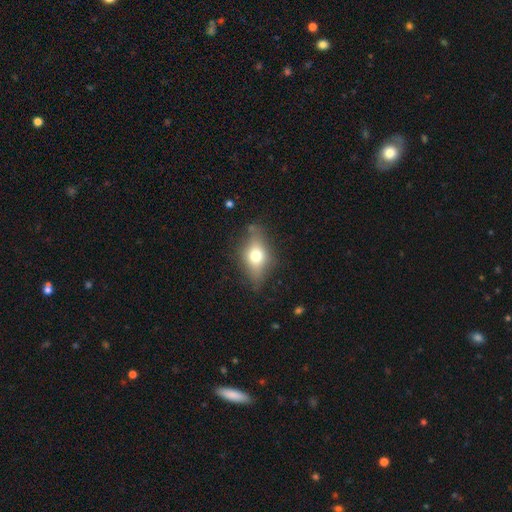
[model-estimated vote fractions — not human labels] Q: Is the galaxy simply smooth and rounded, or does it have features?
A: smooth — 62%.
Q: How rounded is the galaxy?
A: in between — 74%.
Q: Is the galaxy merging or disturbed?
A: none — 72%.